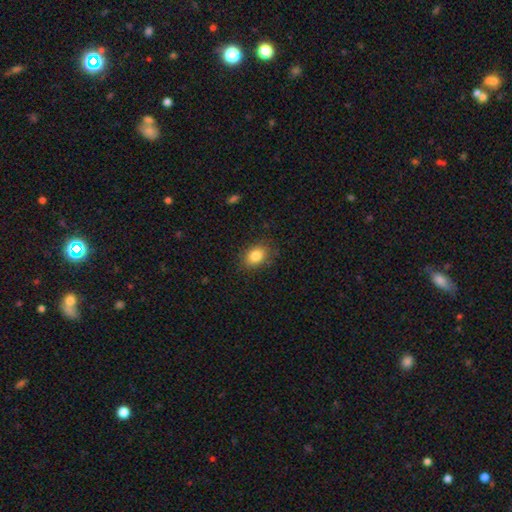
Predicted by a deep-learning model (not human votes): The model was most divided on "how rounded": in between: 73%, round: 26%, cigar-shaped: 1%. More confident: merging — none (84%); smooth or featured — smooth (84%).